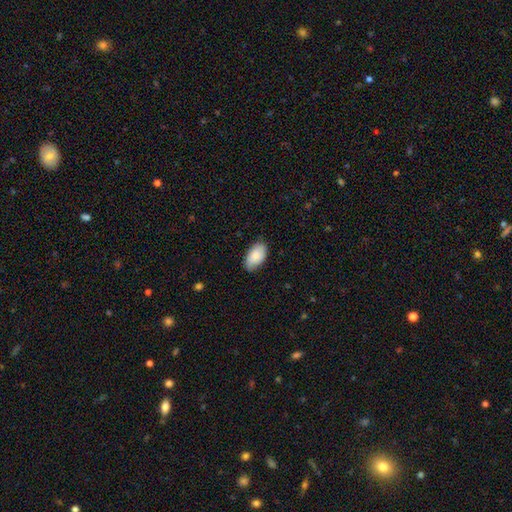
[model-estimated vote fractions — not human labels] Q: Smooth or featured?
A: smooth (86%); runner-up: featured or disk (8%)
Q: How rounded?
A: in between (95%); runner-up: round (3%)
Q: Merging?
A: none (83%); runner-up: minor disturbance (14%)